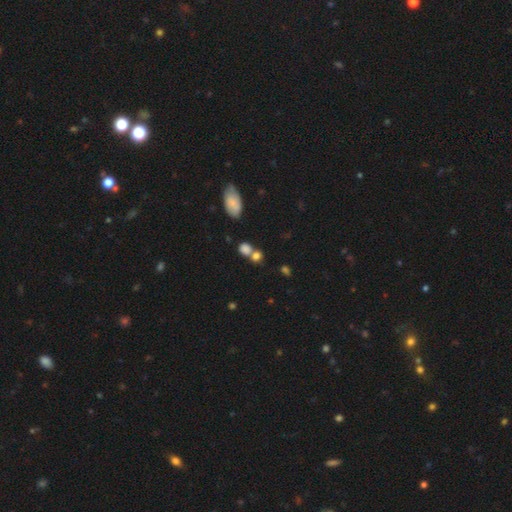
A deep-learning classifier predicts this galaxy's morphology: Smooth or featured? Predicted: smooth (p=0.79). How rounded? Predicted: round (p=0.65). Merging? Predicted: merger (p=0.44).